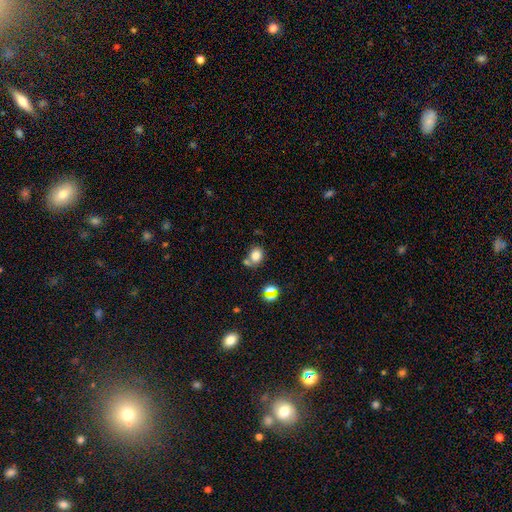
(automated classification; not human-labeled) smooth 77%, star or artifact 14%, featured or disk 9%. Down the decision tree: how rounded — round (58%); merging — none (60%).